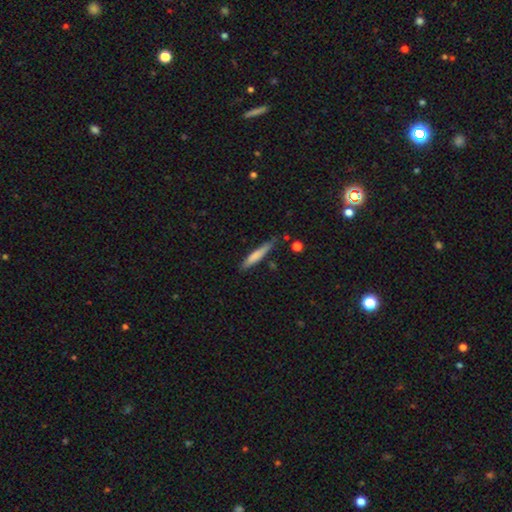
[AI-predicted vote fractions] Smooth or featured? smooth (73%)
How rounded? cigar-shaped (92%)
Merging? none (77%)